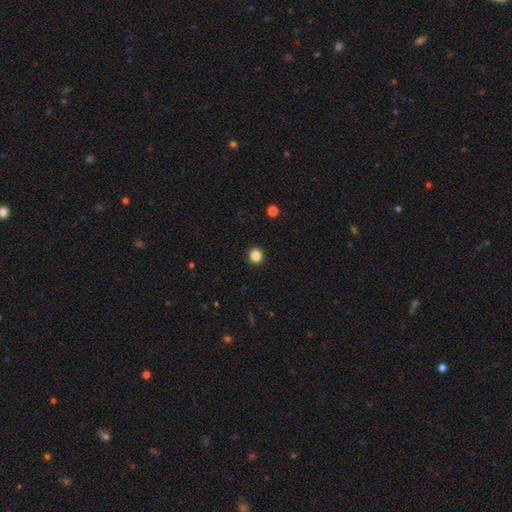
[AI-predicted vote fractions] smooth-or-featured: smooth: 85% | star or artifact: 12% | featured or disk: 3%
  how-rounded: round: 93% | in between: 6% | cigar-shaped: 1%
  merging: none: 93% | minor disturbance: 4% | major disturbance: 2% | merger: 1%